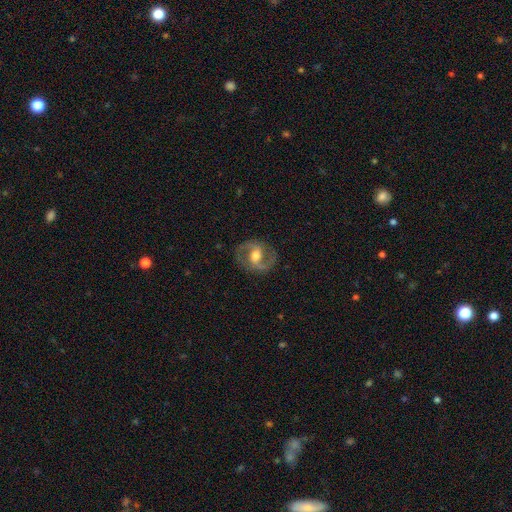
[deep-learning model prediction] smooth-or-featured: featured or disk: 86% | smooth: 9% | star or artifact: 5%
  disk-edge-on: no: 97% | yes: 3%
    bar: weak: 46% | no: 28% | strong: 26%
    has-spiral-arms: yes: 94% | no: 6%
      spiral-winding: medium: 58% | loose: 26% | tight: 17%
      spiral-arm-count: 2: 93% | can't tell: 3% | 1: 2% | 3: 1% | 4: 1% | more than 4: 1%
    bulge-size: moderate: 70% | small: 16% | large: 11% | none: 1% | dominant: 1%
  merging: none: 83% | minor disturbance: 11% | major disturbance: 5% | merger: 1%